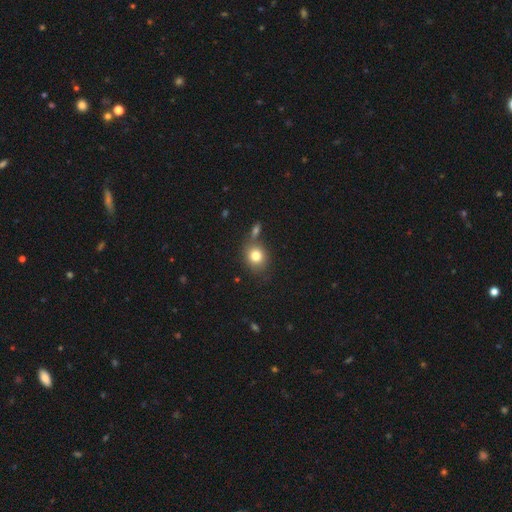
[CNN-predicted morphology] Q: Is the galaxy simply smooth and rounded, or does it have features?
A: smooth — 80%.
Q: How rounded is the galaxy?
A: round — 70%.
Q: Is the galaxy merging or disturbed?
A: none — 66%.